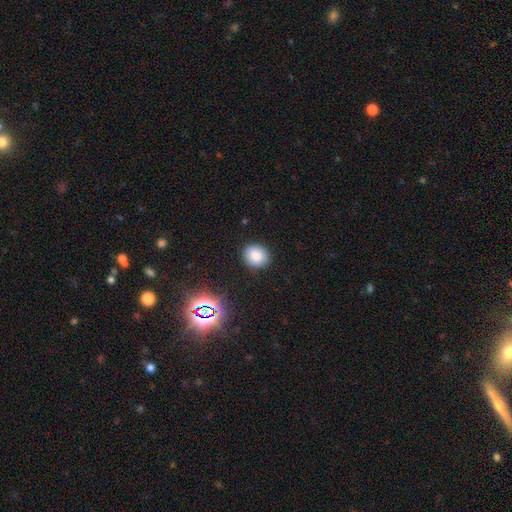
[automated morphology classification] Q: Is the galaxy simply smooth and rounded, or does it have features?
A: smooth — 84%.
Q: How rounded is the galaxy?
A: round — 70%.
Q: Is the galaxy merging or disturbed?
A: none — 88%.